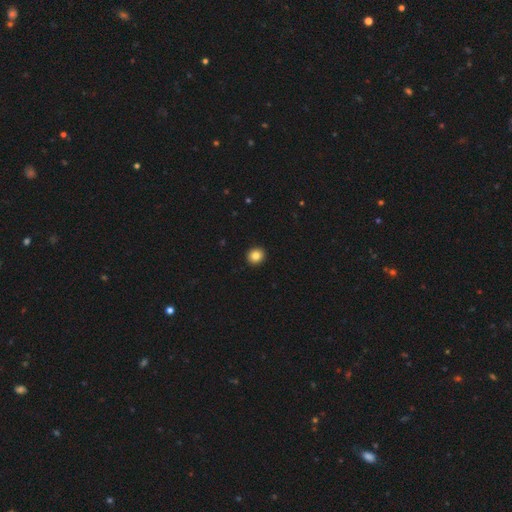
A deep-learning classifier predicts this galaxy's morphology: This appears to be a smooth galaxy with no disk features (84%) that is round (87%). Merging: none (93%).